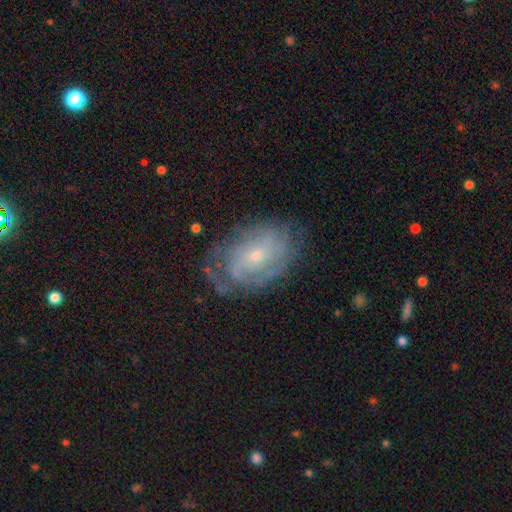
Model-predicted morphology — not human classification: Smooth or featured? Predicted: featured or disk (p=0.77). Edge-on disk? Predicted: no (p=0.96). Bar? Predicted: no (p=0.67). Spiral arms? Predicted: yes (p=0.89). Spiral winding? Predicted: tight (p=0.61). Spiral arm count? Predicted: can't tell (p=0.47). Bulge size? Predicted: small (p=0.66). Merging? Predicted: none (p=0.67).